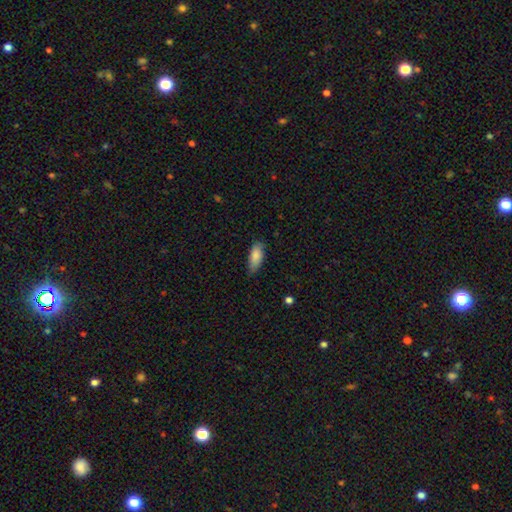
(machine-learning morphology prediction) Smooth or featured: smooth — 85% (featured or disk — 9%)
How rounded: in between — 80% (cigar-shaped — 18%)
Merging: none — 72% (minor disturbance — 24%)